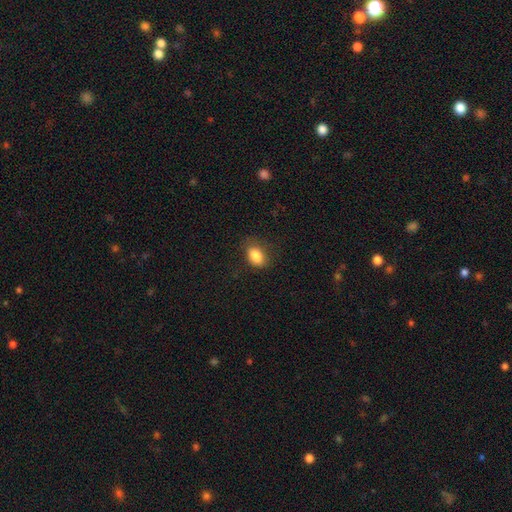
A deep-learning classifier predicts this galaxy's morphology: Smooth or featured?
  - smooth: 85% *
  - star or artifact: 9%
  - featured or disk: 6%
How rounded?
  - in between: 83% *
  - round: 15%
  - cigar-shaped: 2%
Merging?
  - none: 74% *
  - minor disturbance: 19%
  - major disturbance: 6%
  - merger: 1%